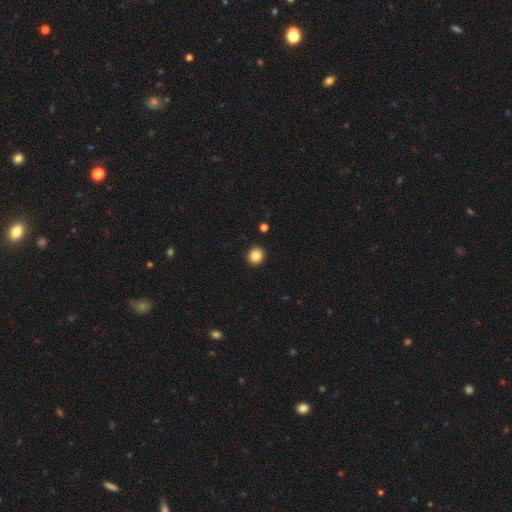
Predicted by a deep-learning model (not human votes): A smooth galaxy with no disk features (85%) that is round (86%). Merging: none (92%).